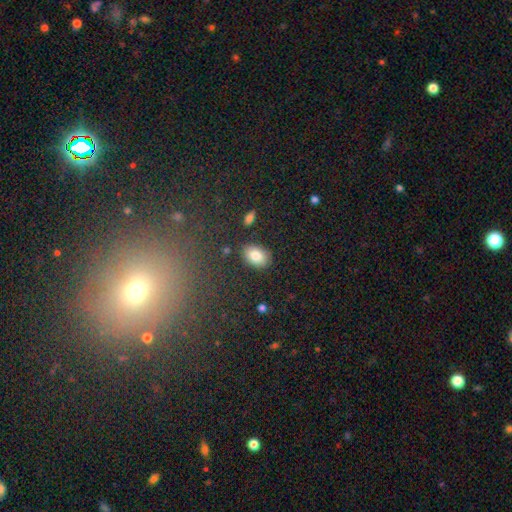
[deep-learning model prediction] Smooth or featured: smooth — 85% (star or artifact — 8%)
How rounded: in between — 85% (round — 14%)
Merging: none — 83% (minor disturbance — 11%)